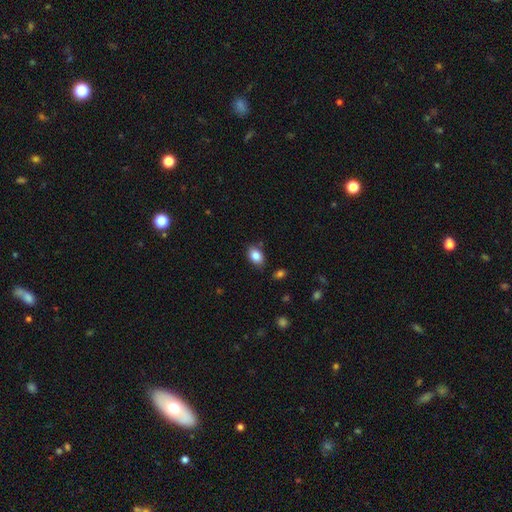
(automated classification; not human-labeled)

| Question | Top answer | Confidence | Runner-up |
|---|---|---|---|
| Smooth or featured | smooth | 85% | star or artifact (8%) |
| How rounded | in between | 83% | round (16%) |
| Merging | none | 80% | minor disturbance (15%) |